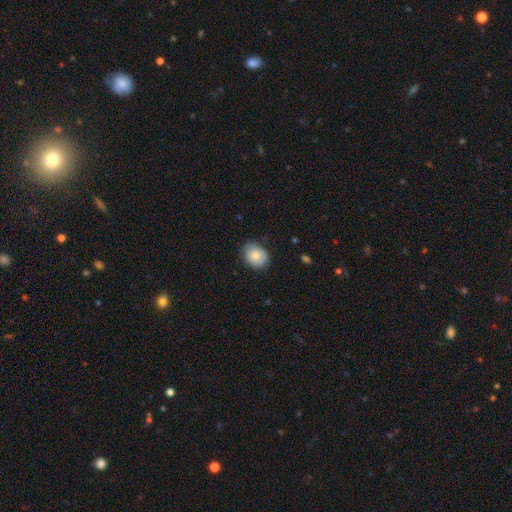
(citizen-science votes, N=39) This appears to be a smooth galaxy with no disk features (72%) that is in between round and cigar-shaped (61%). Merging: none (86%).